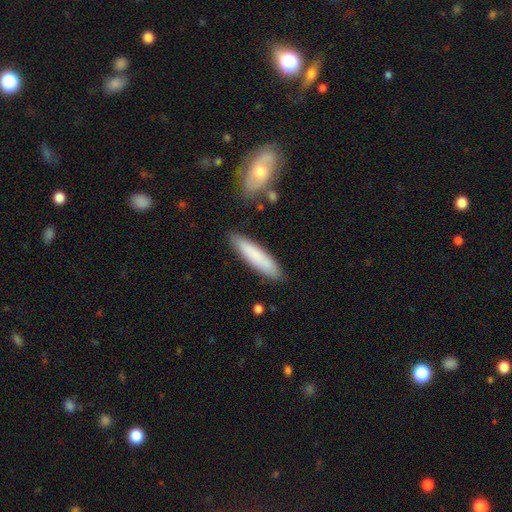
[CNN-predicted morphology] Overall: smooth (77%). How rounded: cigar-shaped (80%). Merging: none (83%).